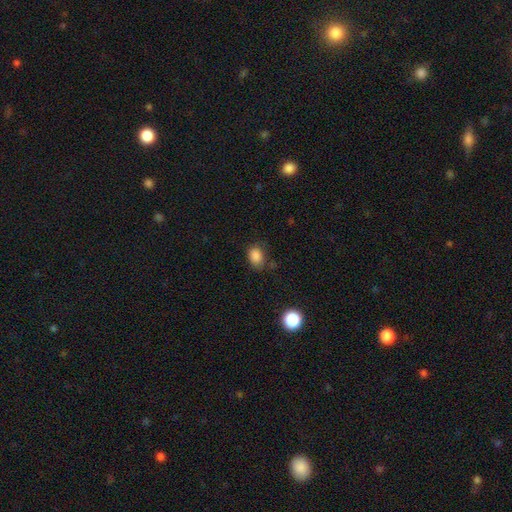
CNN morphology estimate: This appears to be a smooth galaxy with no disk features (85%) that is in between round and cigar-shaped (68%). Merging: none (72%).